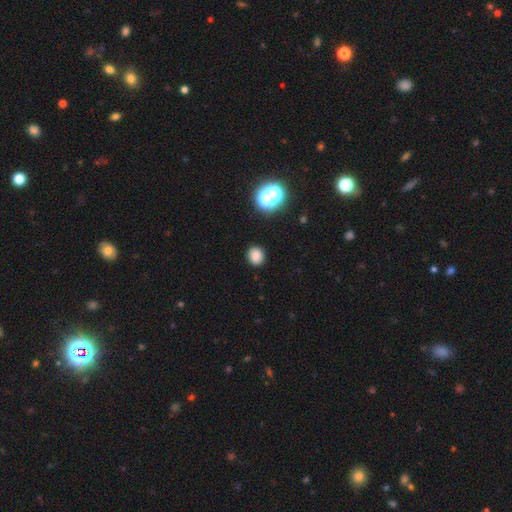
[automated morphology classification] This is clearly a smooth galaxy (82%). How rounded: likely round (64%). Merging: clearly none (88%).